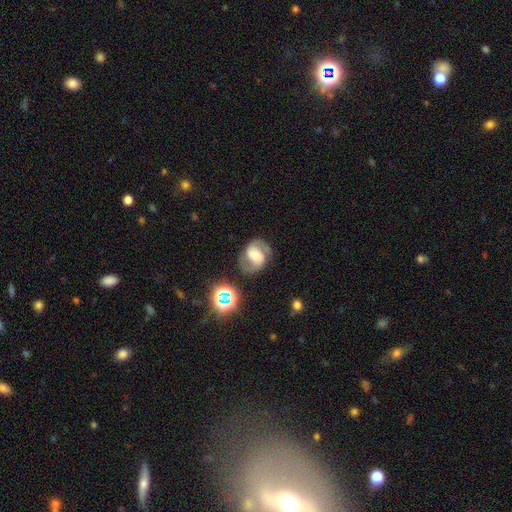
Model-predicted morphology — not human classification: Smooth or featured: featured or disk — 72% (smooth — 18%)
Edge-on disk: no — 97% (yes — 3%)
Bar: weak — 40% (no — 32%)
Spiral arms: yes — 91% (no — 9%)
Spiral winding: medium — 53% (tight — 24%)
Spiral arm count: 2 — 89% (can't tell — 5%)
Bulge size: moderate — 45% (small — 31%)
Merging: none — 75% (minor disturbance — 15%)